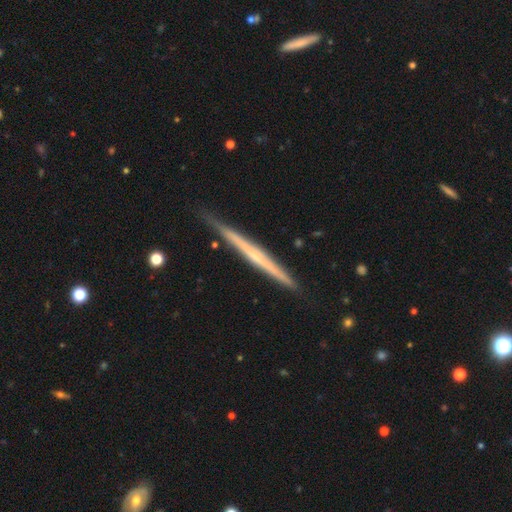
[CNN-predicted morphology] Smooth or featured?
  - featured or disk: 69% *
  - smooth: 26%
  - star or artifact: 5%
Edge-on disk?
  - yes: 98% *
  - no: 2%
Edge-on bulge?
  - none: 61% *
  - rounded: 33%
  - boxy: 6%
Merging?
  - none: 84% *
  - minor disturbance: 13%
  - merger: 2%
  - major disturbance: 2%